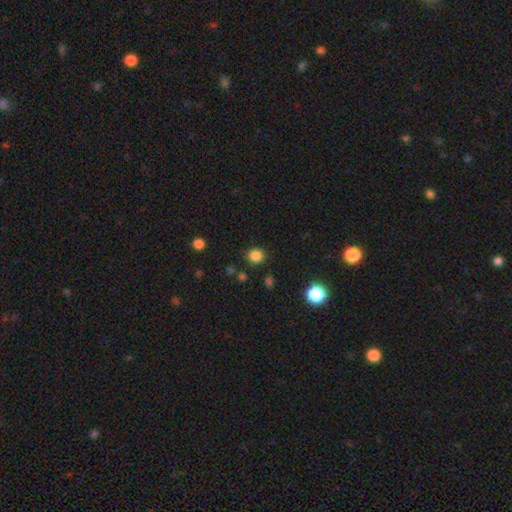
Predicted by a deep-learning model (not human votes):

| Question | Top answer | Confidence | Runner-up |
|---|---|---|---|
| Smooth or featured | smooth | 84% | star or artifact (12%) |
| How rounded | round | 81% | in between (19%) |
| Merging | none | 86% | minor disturbance (9%) |